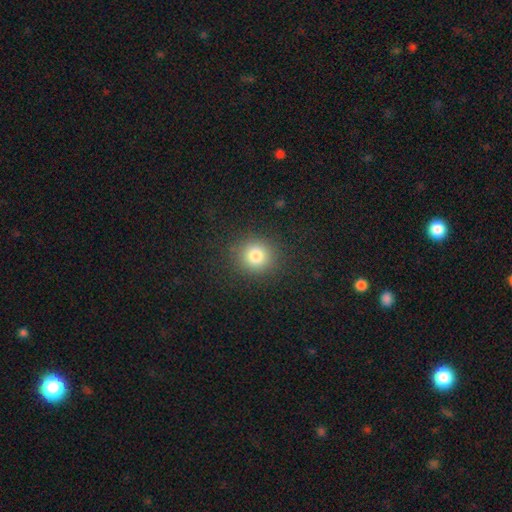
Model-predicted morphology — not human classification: smooth_or_featured: smooth (p=0.81) [alt: star or artifact p=0.13]
how_rounded: round (p=0.90) [alt: in between p=0.09]
merging: none (p=0.89) [alt: minor disturbance p=0.07]